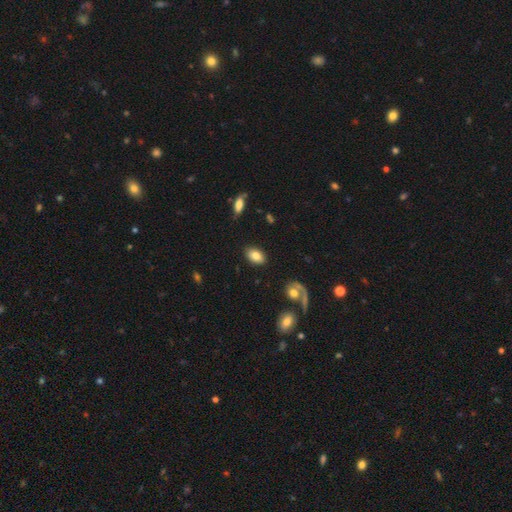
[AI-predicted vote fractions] Smooth or featured? Predicted: smooth (p=0.81). How rounded? Predicted: in between (p=0.89). Merging? Predicted: none (p=0.87).